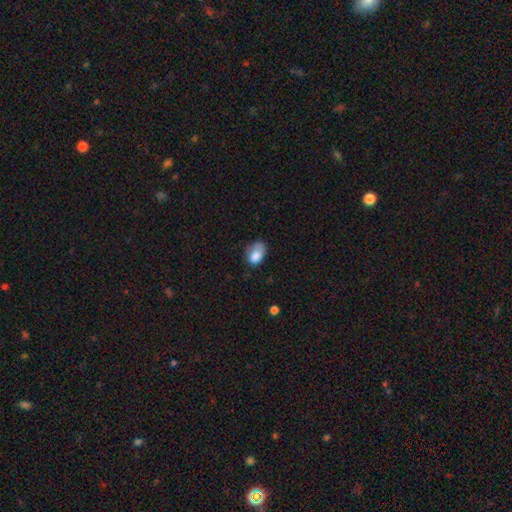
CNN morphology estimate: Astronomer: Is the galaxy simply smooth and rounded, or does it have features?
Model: smooth — 79%.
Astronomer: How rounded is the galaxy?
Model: in between — 80%.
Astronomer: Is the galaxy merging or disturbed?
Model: minor disturbance — 38% (runner-up: none, 37%).